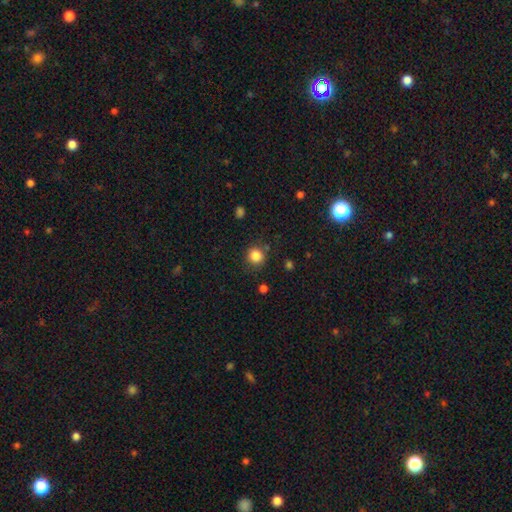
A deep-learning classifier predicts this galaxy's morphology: This appears to be a smooth galaxy with no disk features (84%) that is round (89%). Merging: none (83%).